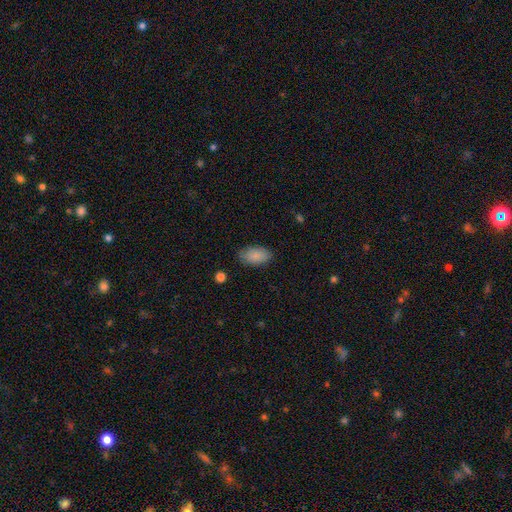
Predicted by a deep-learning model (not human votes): This is clearly a smooth galaxy (87%). How rounded: clearly in between (94%). Merging: clearly none (83%).